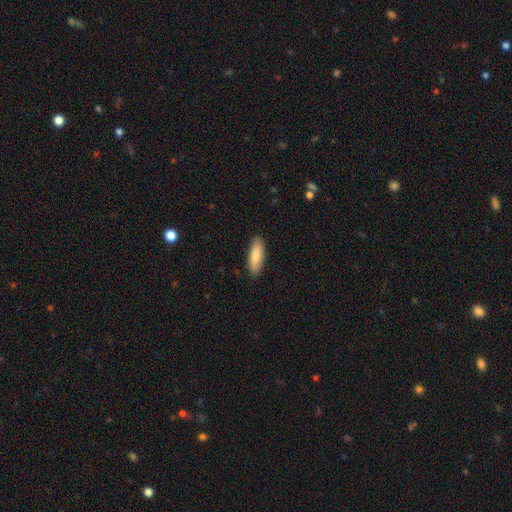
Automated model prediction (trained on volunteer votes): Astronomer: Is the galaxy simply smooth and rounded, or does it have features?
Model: smooth — 81%.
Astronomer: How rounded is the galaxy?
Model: in between — 52% (runner-up: cigar-shaped, 46%).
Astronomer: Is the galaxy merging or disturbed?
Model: none — 89%.